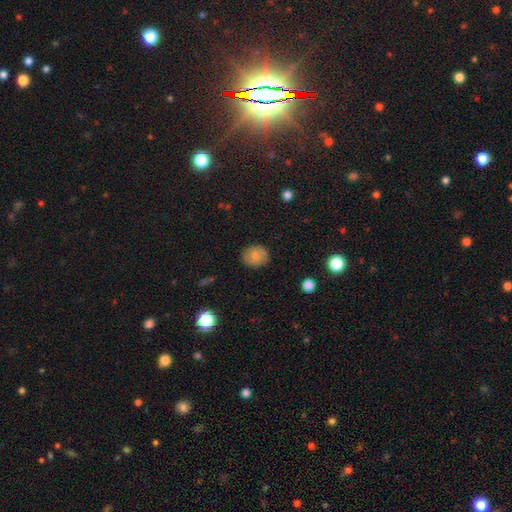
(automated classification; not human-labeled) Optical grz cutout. It shows a smooth galaxy with no disk features (79%) that is round (57%). Merging: none (86%).